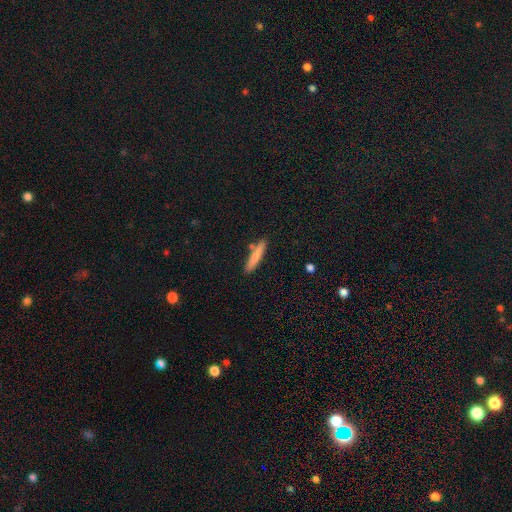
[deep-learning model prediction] A smooth galaxy with no disk features (77%) that is cigar-shaped (89%).

Vote fractions:
- Smooth or featured? smooth: 77% / featured or disk: 17% / star or artifact: 6%
- How rounded? cigar-shaped: 89% / in between: 9% / round: 1%
- Merging? none: 82% / minor disturbance: 11% / merger: 5% / major disturbance: 2%